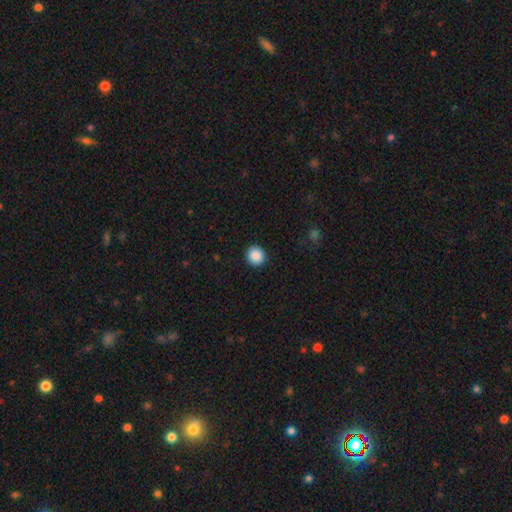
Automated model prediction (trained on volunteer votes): Q: Smooth or featured?
A: smooth (89%); runner-up: star or artifact (8%)
Q: How rounded?
A: round (94%); runner-up: in between (5%)
Q: Merging?
A: none (92%); runner-up: minor disturbance (5%)